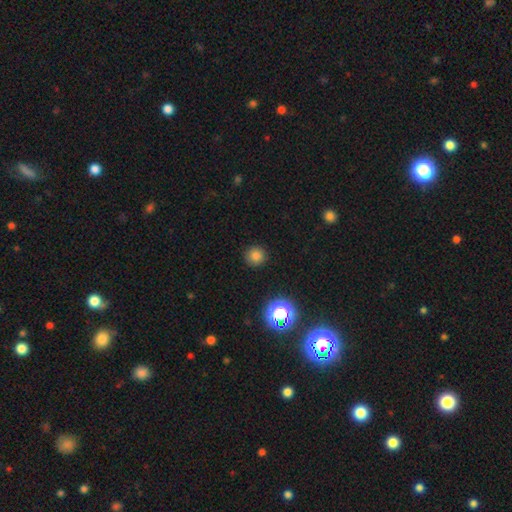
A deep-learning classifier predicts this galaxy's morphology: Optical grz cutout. It shows a smooth galaxy with no disk features (79%) that is round (93%). Merging: none (90%).